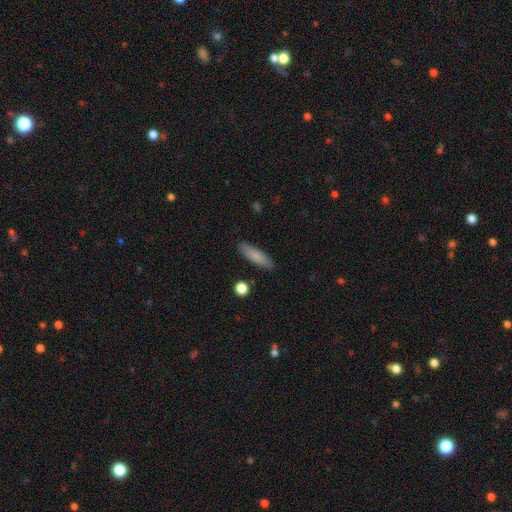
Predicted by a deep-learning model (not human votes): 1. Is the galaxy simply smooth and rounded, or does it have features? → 81% smooth, 12% featured or disk, 7% star or artifact.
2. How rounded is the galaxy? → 63% cigar-shaped, 35% in between, 2% round.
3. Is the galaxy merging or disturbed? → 87% none, 9% minor disturbance, 2% major disturbance, 2% merger.